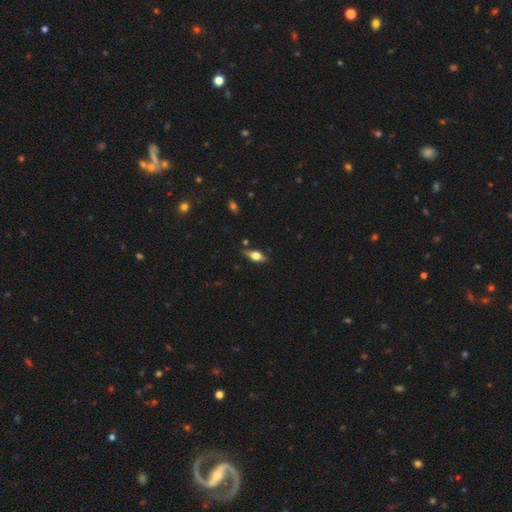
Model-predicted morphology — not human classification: smooth_or_featured: featured or disk (p=0.46) [tied with: smooth p=0.46]
merging: none (p=0.83) [alt: minor disturbance p=0.12]